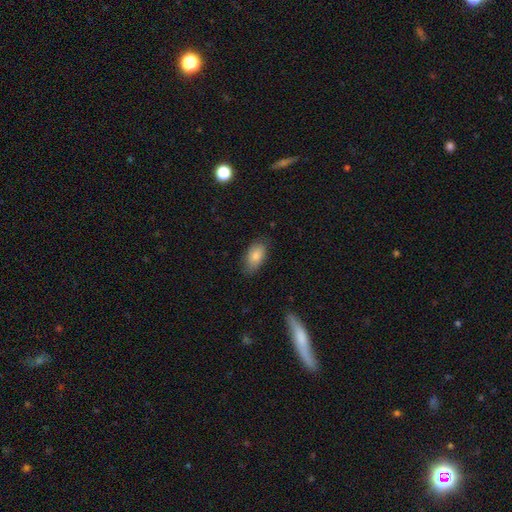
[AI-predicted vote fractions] Smooth or featured? Predicted: smooth (p=0.82). How rounded? Predicted: in between (p=0.92). Merging? Predicted: none (p=0.75).